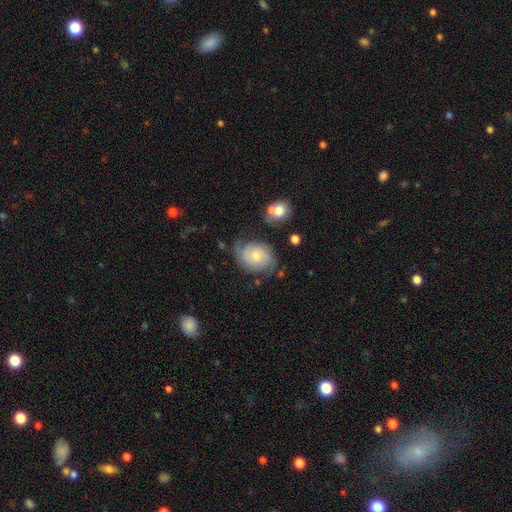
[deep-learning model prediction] featured or disk 61%, smooth 31%, star or artifact 8%. Down the decision tree: edge-on disk — no (97%); bar — no (71%); spiral arms — yes (88%); spiral arm count — 2 (58%); spiral winding — medium (39%); bulge size — small (50%); merging — none (57%).